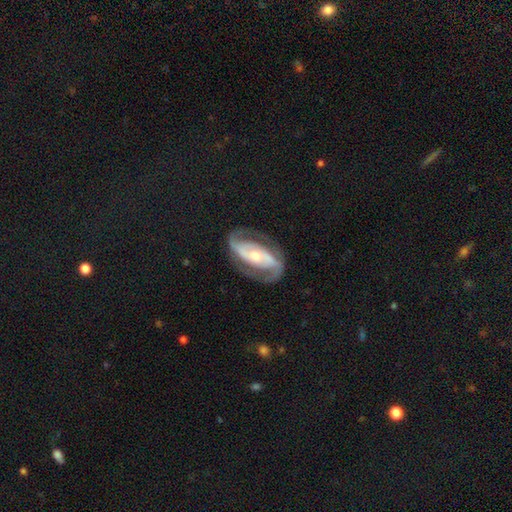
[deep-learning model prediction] This is clearly a featured or disk galaxy (89%). It is clearly not viewed edge-on (96%). Bar: marginally strong (43%). Spiral arm pattern: clearly yes (96%). Spiral arm count: clearly 2 (92%). Spiral winding: possibly medium (51%). Central bulge: possibly moderate (55%). Merging: likely none (79%).